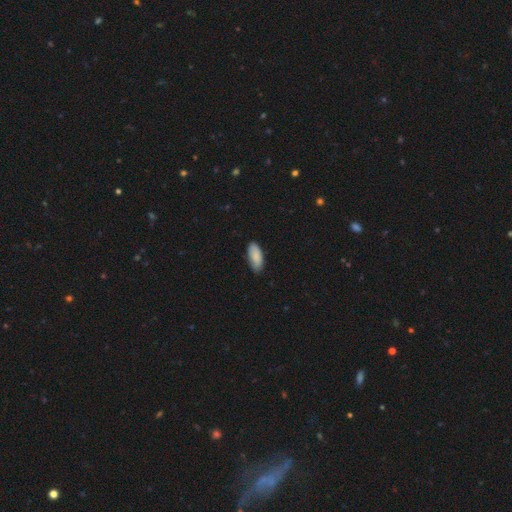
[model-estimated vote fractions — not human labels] This is clearly a smooth galaxy (86%). How rounded: clearly in between (86%). Merging: likely none (77%).